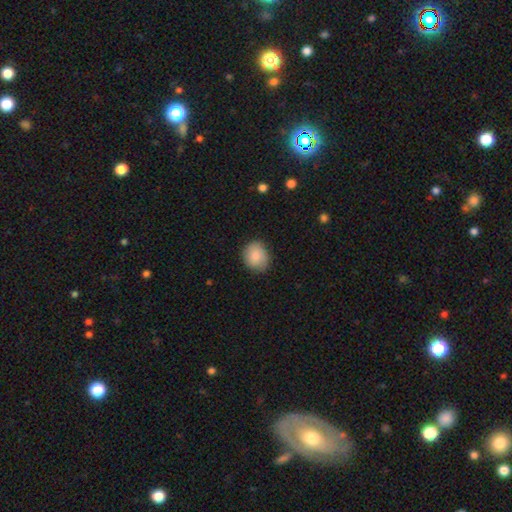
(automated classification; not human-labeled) This appears to be a smooth galaxy with no disk features (83%) that is round (69%). Merging: none (81%).